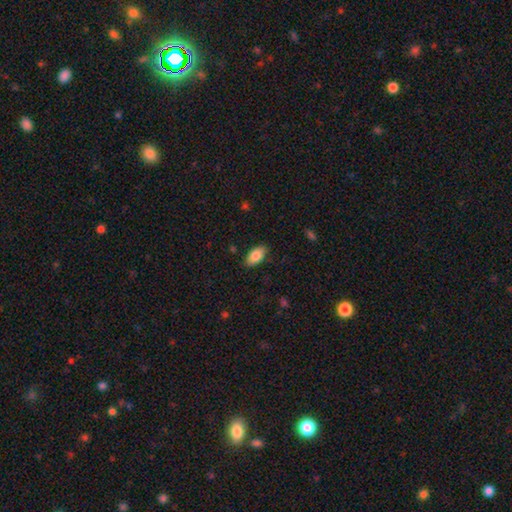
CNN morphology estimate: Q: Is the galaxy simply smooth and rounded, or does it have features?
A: smooth — 83%.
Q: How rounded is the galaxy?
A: in between — 93%.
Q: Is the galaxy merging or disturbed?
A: none — 86%.